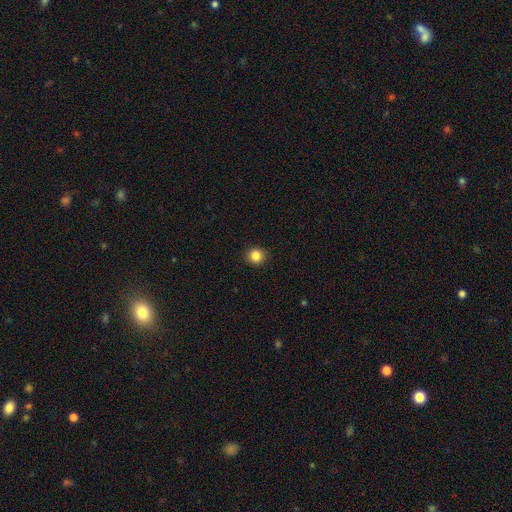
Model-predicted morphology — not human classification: smooth_or_featured: smooth (p=0.85) [alt: star or artifact p=0.11]
how_rounded: round (p=0.93) [alt: in between p=0.07]
merging: none (p=0.93) [alt: minor disturbance p=0.05]